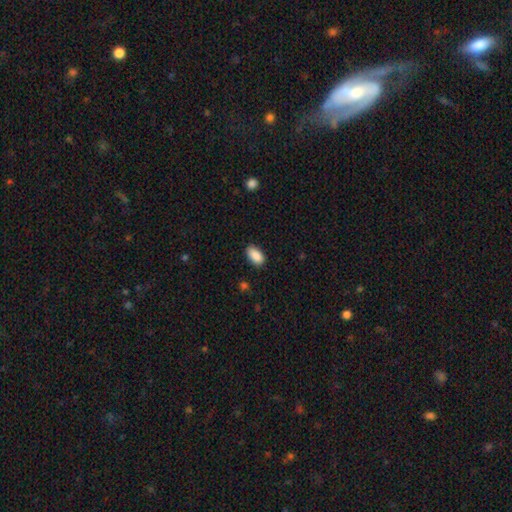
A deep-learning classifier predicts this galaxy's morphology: A smooth galaxy with no disk features (90%) that is in between round and cigar-shaped (93%). Merging: none (84%).